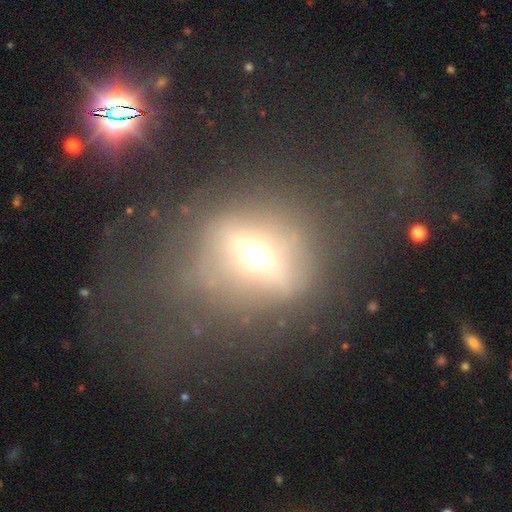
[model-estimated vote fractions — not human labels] Morphology: type=featured or disk (50%); edge-on=no (53%); merging=none (52%).